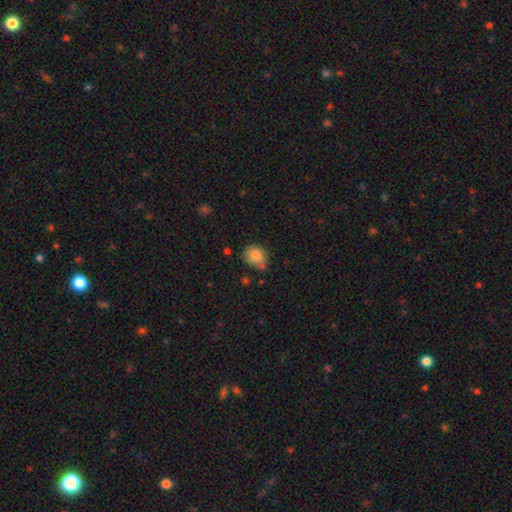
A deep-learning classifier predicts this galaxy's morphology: This is clearly a smooth galaxy (85%). How rounded: likely round (64%). Merging: possibly none (55%).